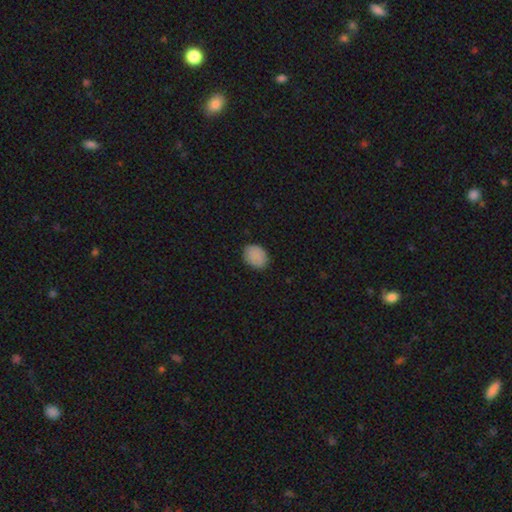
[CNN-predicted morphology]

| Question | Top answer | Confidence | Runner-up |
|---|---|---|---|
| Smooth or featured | smooth | 87% | star or artifact (9%) |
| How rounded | in between | 51% | round (48%) |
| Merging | none | 84% | minor disturbance (13%) |